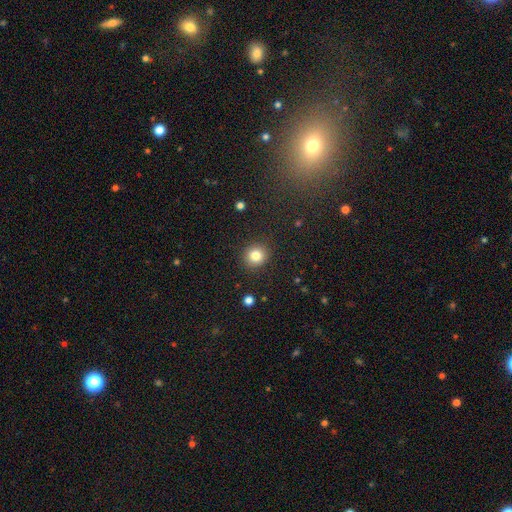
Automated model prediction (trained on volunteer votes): This appears to be a smooth galaxy with no disk features (82%) that is round (88%). Merging: none (90%).